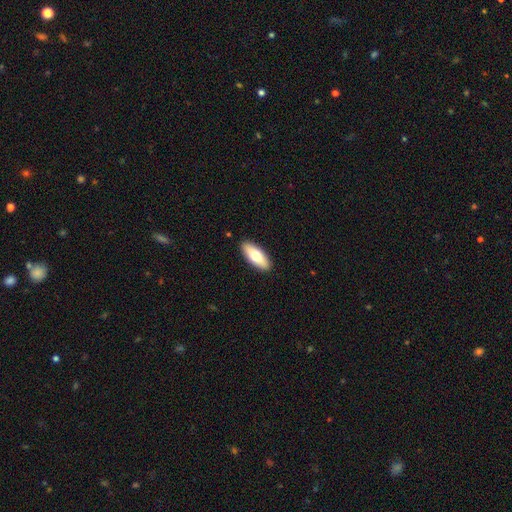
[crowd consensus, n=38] A smooth galaxy with no disk features (66%) that is in between round and cigar-shaped (80%). Merging: none (89%).